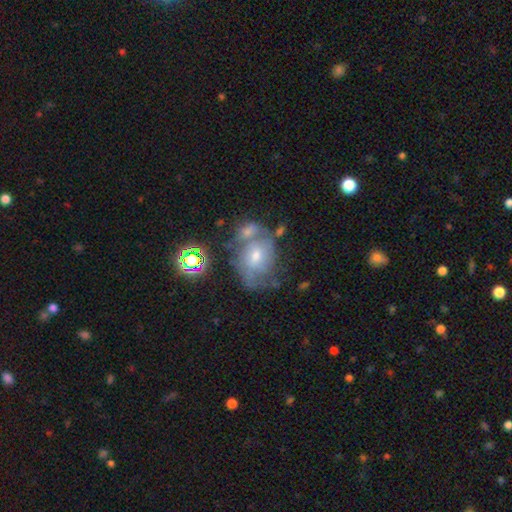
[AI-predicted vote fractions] Morphology: type=featured or disk (56%); edge-on=no (96%); bar=no (68%); spiral arms=yes (72%); bulge=moderate (50%); merging=none (38%).